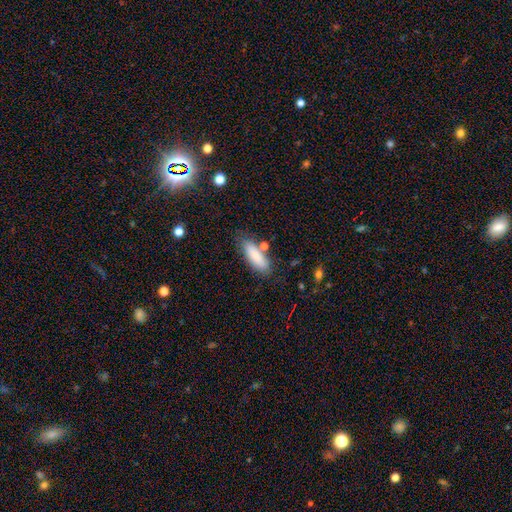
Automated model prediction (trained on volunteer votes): A smooth galaxy with no disk features (81%) that is in between round and cigar-shaped (65%). Merging: none (72%).